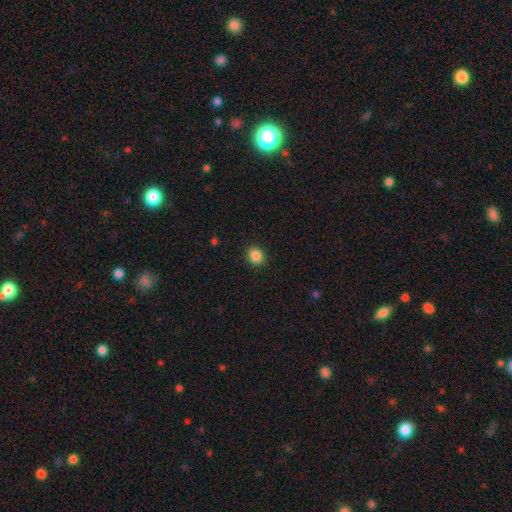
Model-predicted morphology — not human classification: Q: Smooth or featured?
A: smooth (86%); runner-up: star or artifact (10%)
Q: How rounded?
A: round (68%); runner-up: in between (31%)
Q: Merging?
A: none (90%); runner-up: minor disturbance (7%)